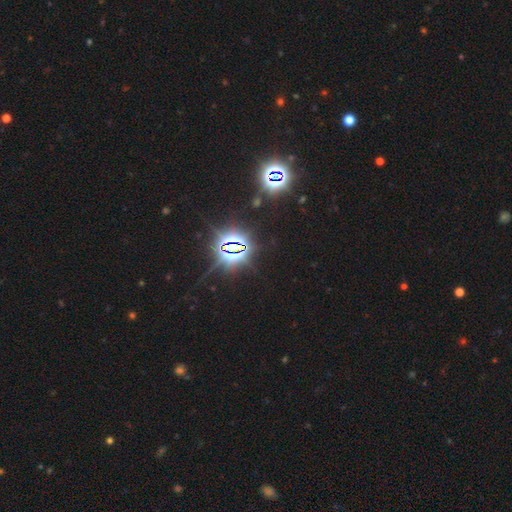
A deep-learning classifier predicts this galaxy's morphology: A star or artifact, not a galaxy (81%).

Vote fractions:
- Smooth or featured? star or artifact: 81% / smooth: 13% / featured or disk: 6%